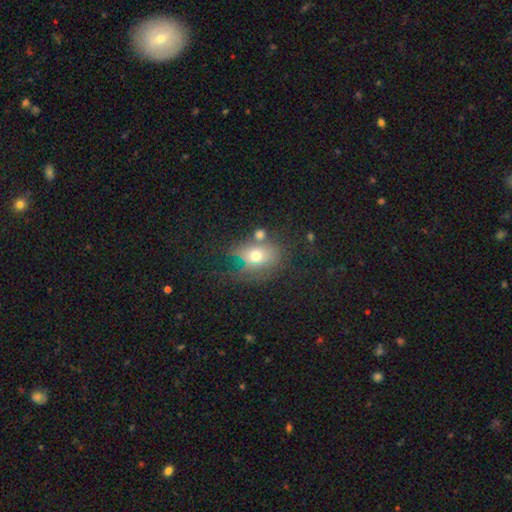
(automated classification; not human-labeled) A smooth galaxy with no disk features (65%) that is in between round and cigar-shaped (62%). Merging: none (48%).